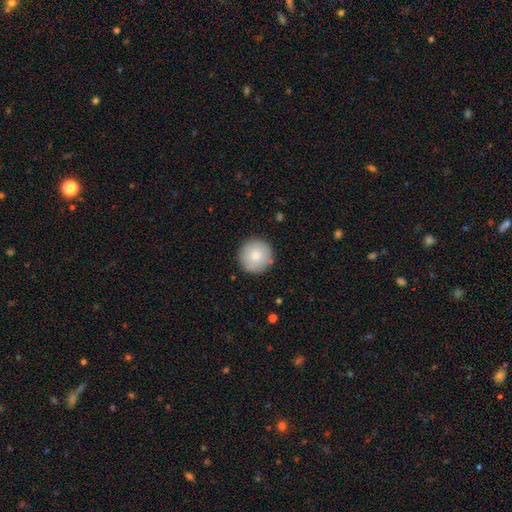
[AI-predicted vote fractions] Smooth or featured?
  - smooth: 82% *
  - featured or disk: 12%
  - star or artifact: 7%
How rounded?
  - round: 96% *
  - in between: 3%
  - cigar-shaped: 1%
Merging?
  - none: 90% *
  - minor disturbance: 7%
  - major disturbance: 2%
  - merger: 1%